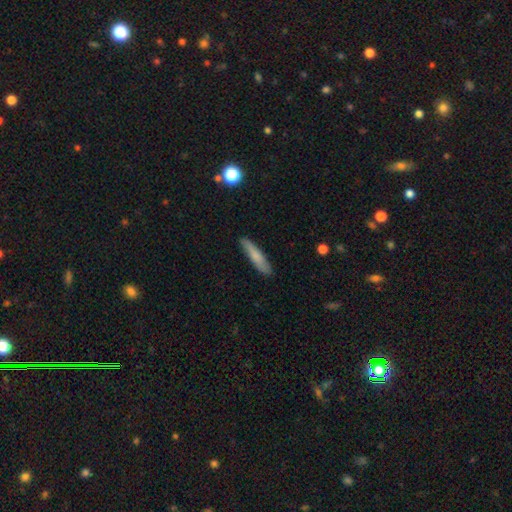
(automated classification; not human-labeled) Overall: smooth (75%). How rounded: cigar-shaped (86%). Merging: none (86%).